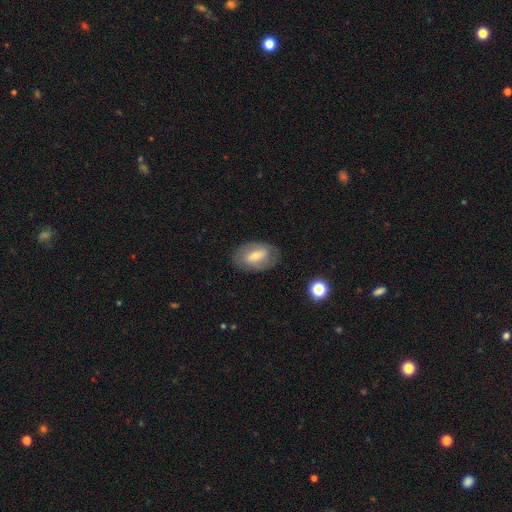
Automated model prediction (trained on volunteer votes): smooth_or_featured: featured or disk (p=0.48) [alt: smooth p=0.45]
merging: none (p=0.80) [alt: minor disturbance p=0.13]